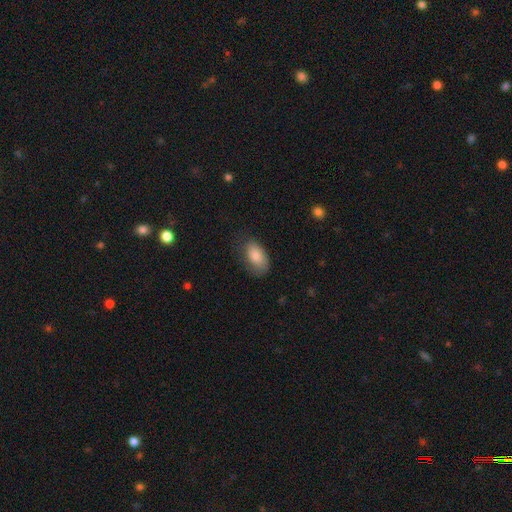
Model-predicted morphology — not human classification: Q: Smooth or featured?
A: smooth (83%); runner-up: featured or disk (11%)
Q: How rounded?
A: in between (93%); runner-up: round (5%)
Q: Merging?
A: none (66%); runner-up: minor disturbance (25%)